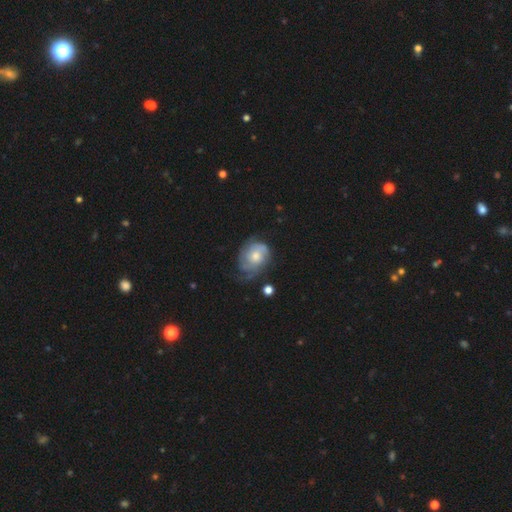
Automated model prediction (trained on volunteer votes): Smooth or featured? featured or disk (66%)
Edge-on disk? no (97%)
Bar? no (76%)
Spiral arms? yes (87%)
Spiral winding? tight (49%)
Spiral arm count? can't tell (38%)
Bulge size? moderate (61%)
Merging? none (49%)